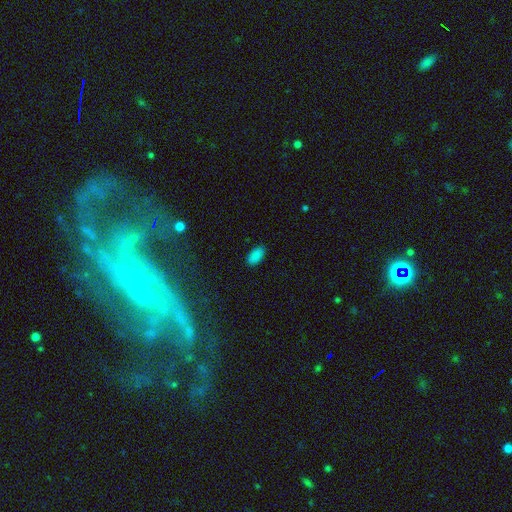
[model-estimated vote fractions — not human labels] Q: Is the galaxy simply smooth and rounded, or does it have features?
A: smooth — 87%.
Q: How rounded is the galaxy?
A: in between — 94%.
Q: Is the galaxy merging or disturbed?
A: none — 88%.